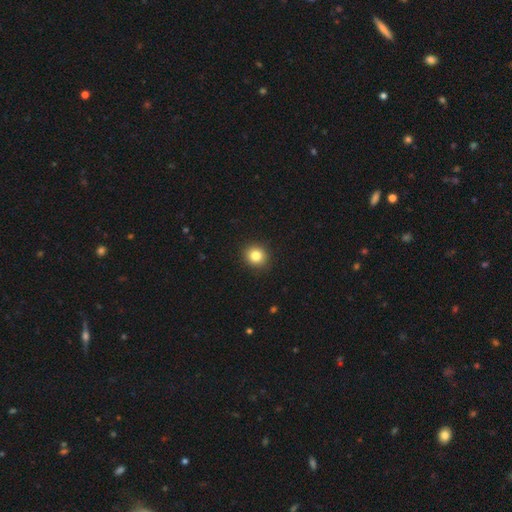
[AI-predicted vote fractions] smooth_or_featured: smooth (p=0.83) [alt: star or artifact p=0.11]
how_rounded: round (p=0.84) [alt: in between p=0.15]
merging: none (p=0.92) [alt: minor disturbance p=0.06]